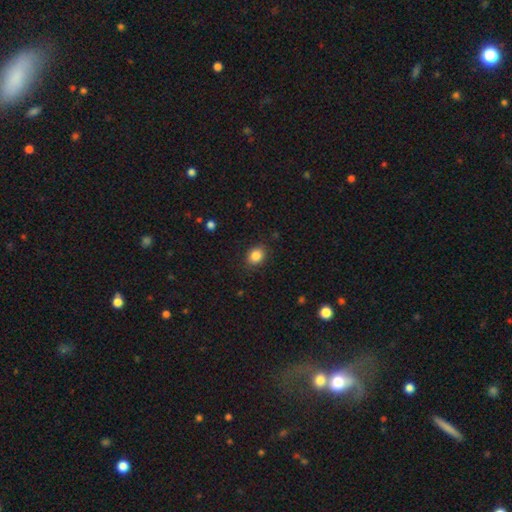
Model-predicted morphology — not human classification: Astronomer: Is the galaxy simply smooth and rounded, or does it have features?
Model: smooth — 86%.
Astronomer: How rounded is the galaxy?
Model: in between — 51% (runner-up: round, 48%).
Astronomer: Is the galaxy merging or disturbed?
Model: none — 87%.